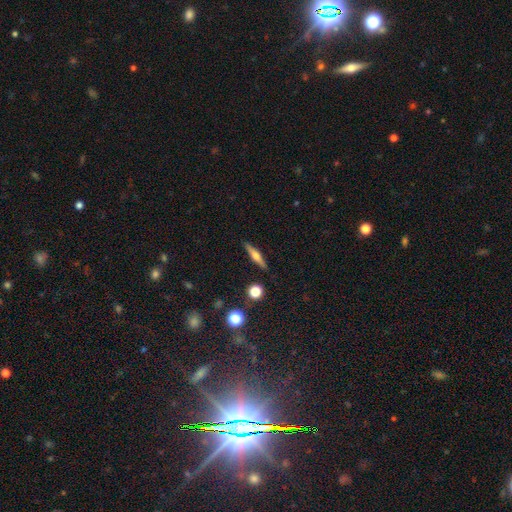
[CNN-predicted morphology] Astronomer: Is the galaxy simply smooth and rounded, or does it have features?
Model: featured or disk — 61%.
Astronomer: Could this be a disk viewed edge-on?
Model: yes — 97%.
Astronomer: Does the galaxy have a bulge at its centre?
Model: rounded — 89%.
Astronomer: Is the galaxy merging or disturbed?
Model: none — 90%.